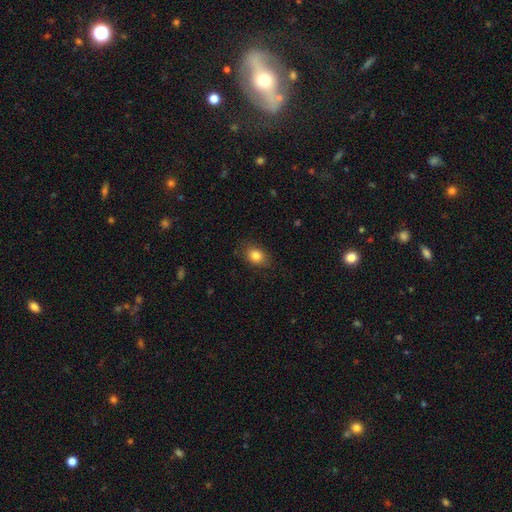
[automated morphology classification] smooth_or_featured: smooth (p=0.83) [alt: star or artifact p=0.10]
how_rounded: in between (p=0.63) [alt: round p=0.35]
merging: none (p=0.84) [alt: minor disturbance p=0.12]